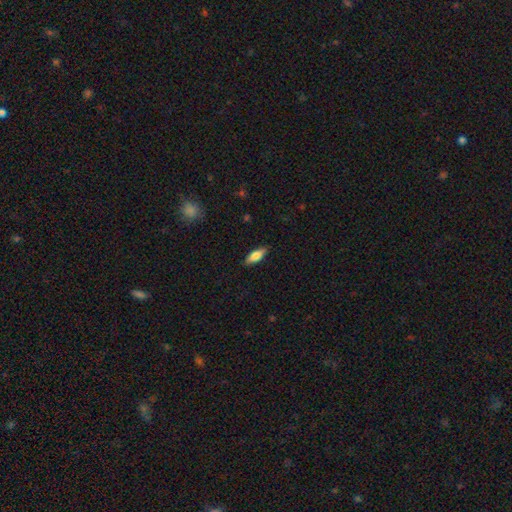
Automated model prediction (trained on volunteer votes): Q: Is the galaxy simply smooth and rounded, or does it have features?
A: smooth — 73%.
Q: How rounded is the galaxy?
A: in between — 67%.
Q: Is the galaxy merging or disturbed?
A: none — 86%.